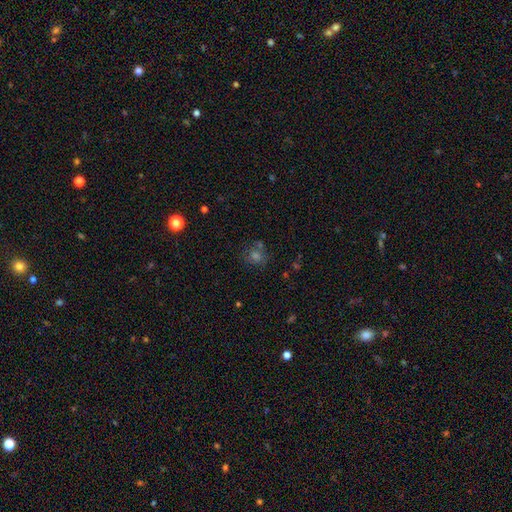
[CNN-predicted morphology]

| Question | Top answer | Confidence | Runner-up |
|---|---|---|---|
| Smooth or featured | smooth | 54% | star or artifact (31%) |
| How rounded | round | 82% | in between (17%) |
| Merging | none | 72% | minor disturbance (13%) |